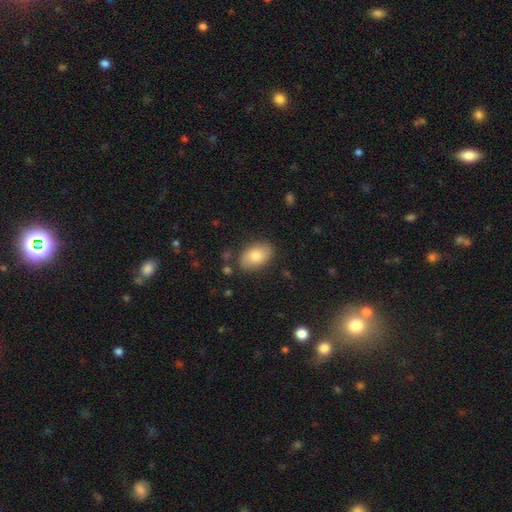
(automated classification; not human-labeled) Overall: smooth (73%). How rounded: in between (90%). Merging: none (82%).